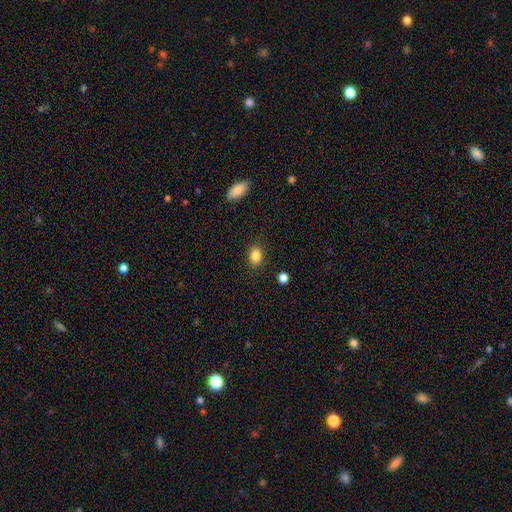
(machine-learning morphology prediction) This appears to be a smooth galaxy with no disk features (85%) that is in between round and cigar-shaped (68%). Merging: none (87%).